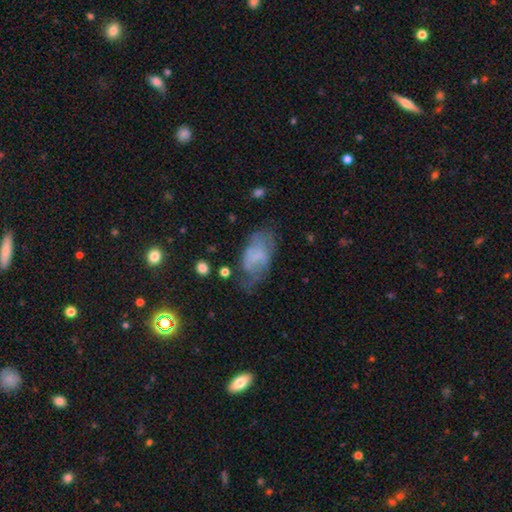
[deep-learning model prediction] Smooth or featured?
  - smooth: 51% *
  - featured or disk: 39%
  - star or artifact: 10%
How rounded?
  - in between: 92% *
  - round: 5%
  - cigar-shaped: 3%
Merging?
  - none: 42% *
  - minor disturbance: 30%
  - major disturbance: 24%
  - merger: 4%